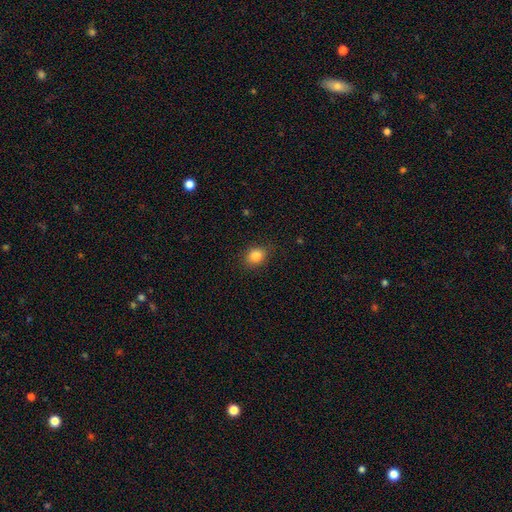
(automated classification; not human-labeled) A smooth galaxy with no disk features (85%) that is round (58%).

Vote fractions:
- Smooth or featured? smooth: 85% / star or artifact: 10% / featured or disk: 5%
- How rounded? round: 58% / in between: 41% / cigar-shaped: 1%
- Merging? none: 84% / minor disturbance: 11% / major disturbance: 3% / merger: 1%